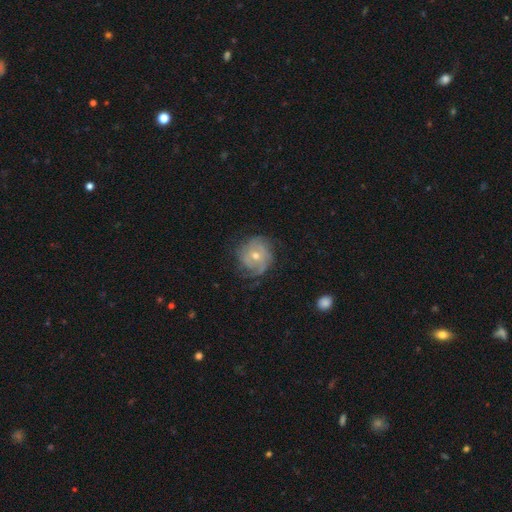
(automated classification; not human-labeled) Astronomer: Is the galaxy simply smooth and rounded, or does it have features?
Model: featured or disk — 69%.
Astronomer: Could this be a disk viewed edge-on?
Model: no — 97%.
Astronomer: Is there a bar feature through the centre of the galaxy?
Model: no — 73%.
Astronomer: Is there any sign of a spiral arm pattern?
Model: yes — 86%.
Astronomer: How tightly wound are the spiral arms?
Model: tight — 62%.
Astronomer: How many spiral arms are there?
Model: can't tell — 42% (runner-up: 3, 19%).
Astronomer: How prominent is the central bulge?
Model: moderate — 57% (runner-up: small, 39%).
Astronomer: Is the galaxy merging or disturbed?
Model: none — 68%.